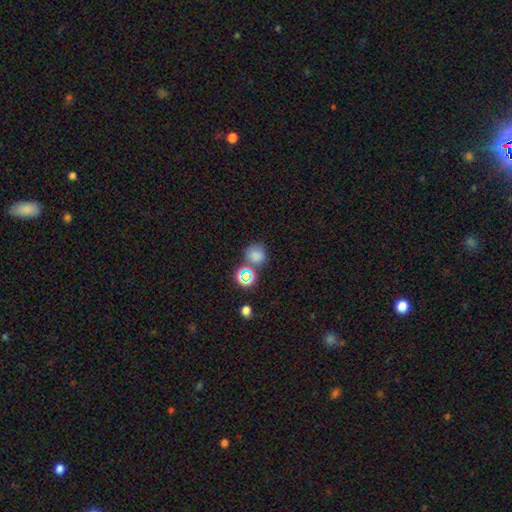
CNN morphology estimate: Smooth or featured? Predicted: smooth (p=0.70). How rounded? Predicted: round (p=0.81). Merging? Predicted: none (p=0.62).